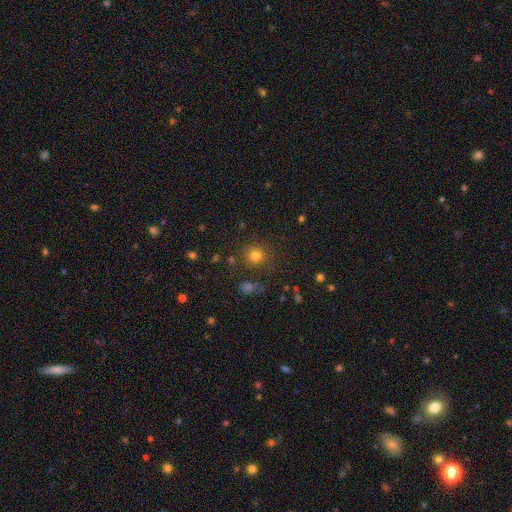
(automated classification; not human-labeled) Smooth or featured? smooth (76%)
How rounded? round (90%)
Merging? none (81%)